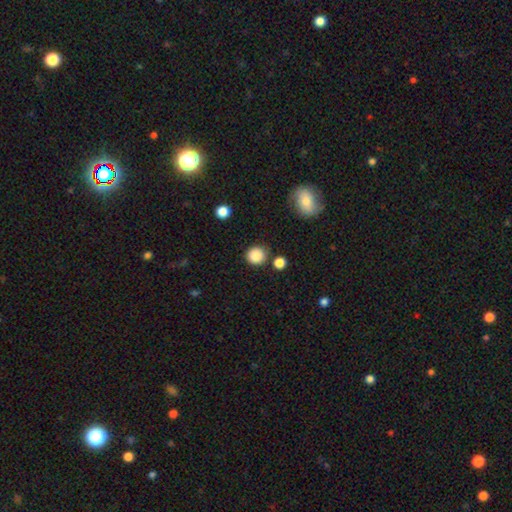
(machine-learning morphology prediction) Q: Smooth or featured?
A: smooth (86%); runner-up: star or artifact (10%)
Q: How rounded?
A: round (88%); runner-up: in between (11%)
Q: Merging?
A: none (81%); runner-up: minor disturbance (10%)